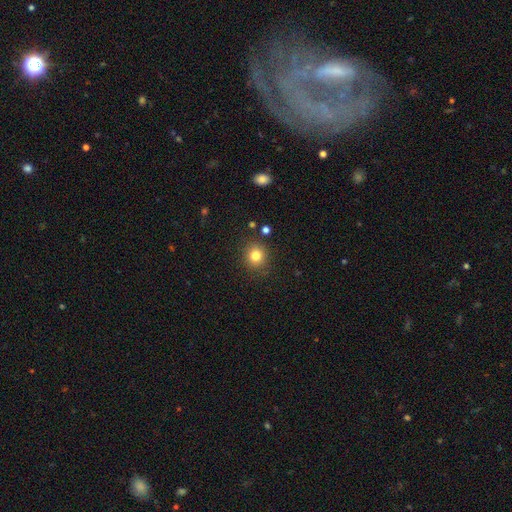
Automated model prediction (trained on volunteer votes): Smooth or featured: smooth — 81% (star or artifact — 12%)
How rounded: round — 87% (in between — 12%)
Merging: none — 87% (minor disturbance — 8%)